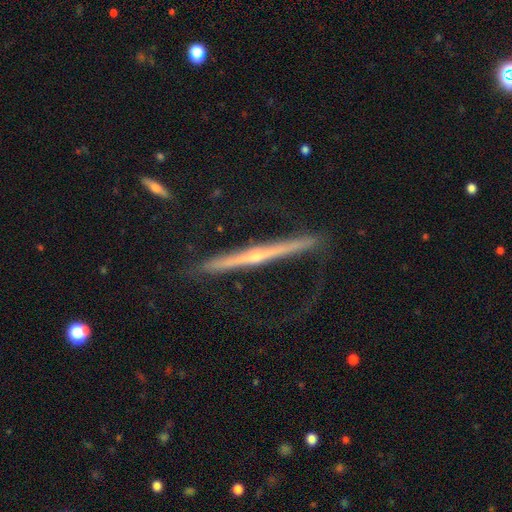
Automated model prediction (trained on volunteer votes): This is clearly a featured or disk galaxy (82%). It is clearly viewed edge-on (97%). Edge-on bulge: likely rounded (77%). Merging: likely none (79%).